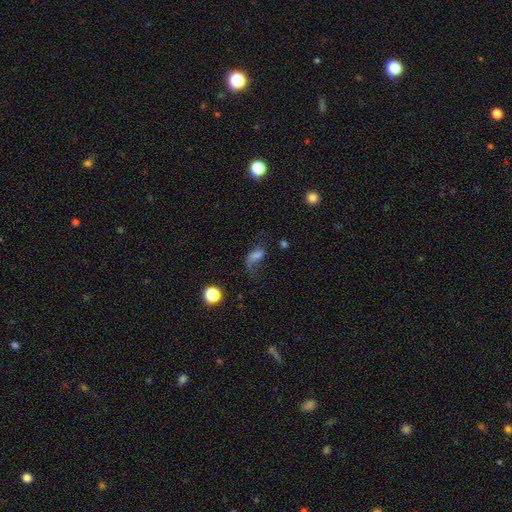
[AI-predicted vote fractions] Smooth or featured: smooth — 48% (featured or disk — 36%)
Merging: major disturbance — 44% (none — 32%)